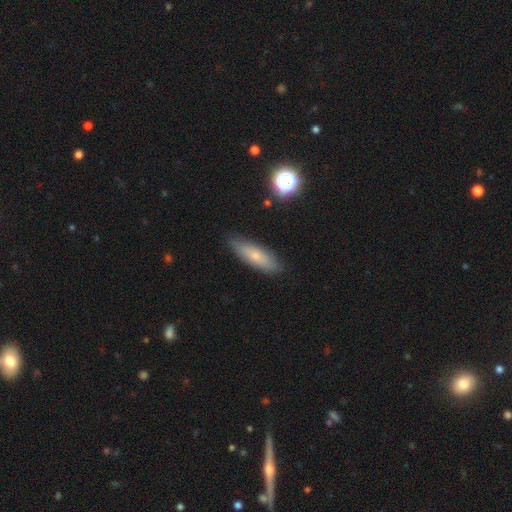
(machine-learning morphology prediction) Smooth or featured? Predicted: smooth (p=0.68). How rounded? Predicted: cigar-shaped (p=0.50). Merging? Predicted: none (p=0.83).